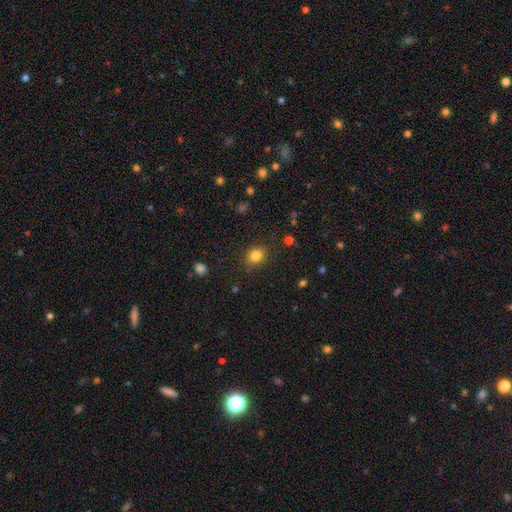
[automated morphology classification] A smooth galaxy with no disk features (83%) that is round (60%). Merging: none (84%).